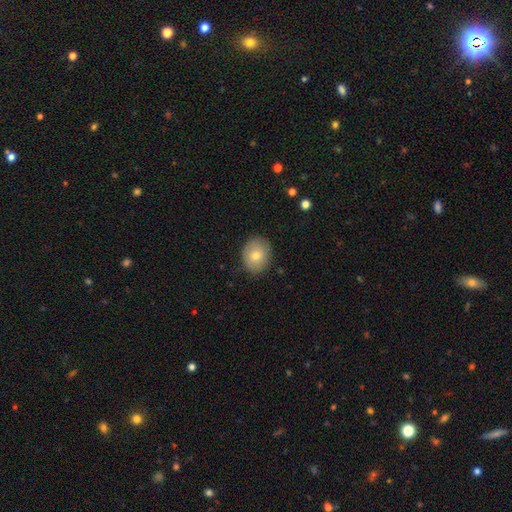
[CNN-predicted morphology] Smooth or featured: smooth — 72% (featured or disk — 19%)
How rounded: round — 60% (in between — 39%)
Merging: none — 85% (minor disturbance — 11%)